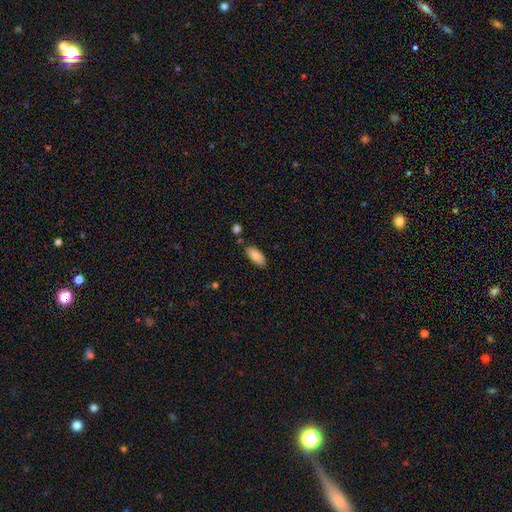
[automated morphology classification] Q: Smooth or featured?
A: smooth (86%); runner-up: featured or disk (7%)
Q: How rounded?
A: in between (88%); runner-up: cigar-shaped (11%)
Q: Merging?
A: none (79%); runner-up: minor disturbance (14%)